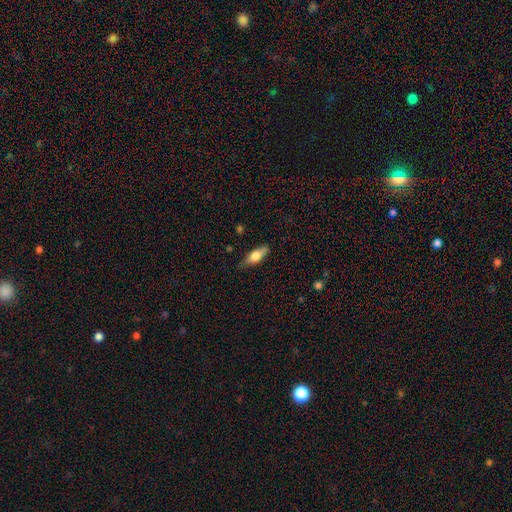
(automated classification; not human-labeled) Smooth or featured: smooth — 63% (featured or disk — 31%)
How rounded: in between — 64% (cigar-shaped — 33%)
Merging: none — 76% (minor disturbance — 18%)